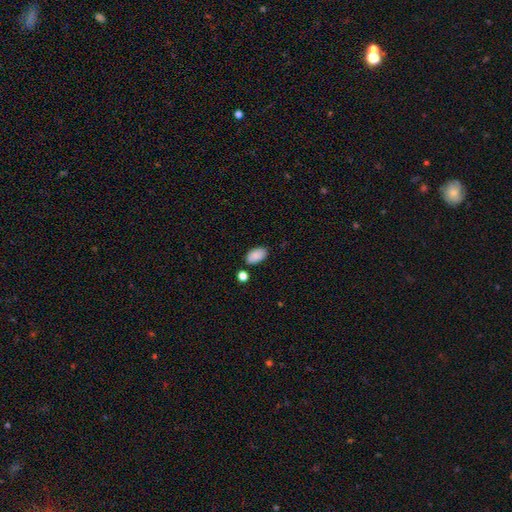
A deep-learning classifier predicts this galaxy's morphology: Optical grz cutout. It shows a smooth galaxy with no disk features (88%) that is in between round and cigar-shaped (94%). Merging: none (80%).